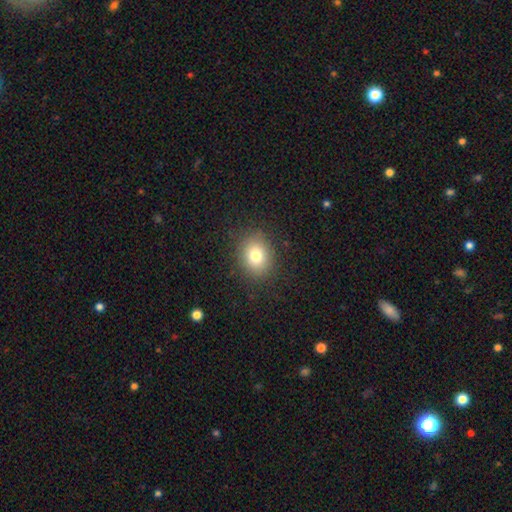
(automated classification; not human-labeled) The model was most divided on "how rounded": round: 64%, in between: 35%, cigar-shaped: 1%. More confident: merging — none (86%); smooth or featured — smooth (77%).